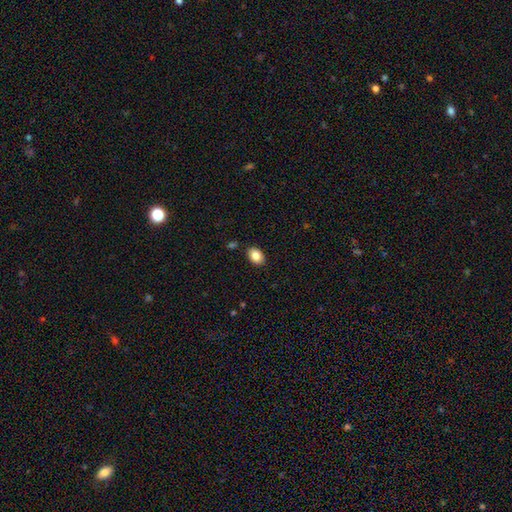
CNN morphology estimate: Overall: smooth (85%). How rounded: in between (78%). Merging: none (88%).